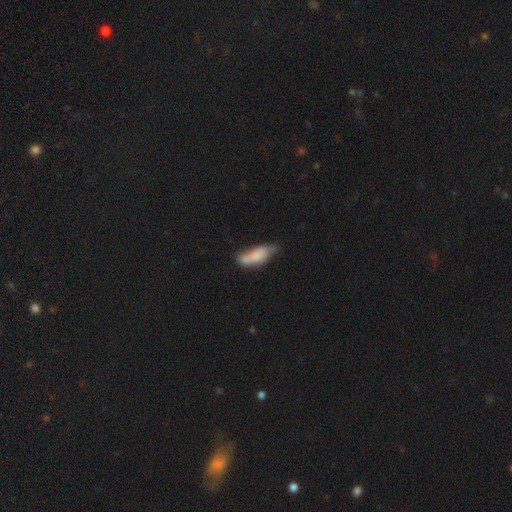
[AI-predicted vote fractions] Smooth or featured?
  - smooth: 72% *
  - featured or disk: 21%
  - star or artifact: 8%
How rounded?
  - in between: 66% *
  - cigar-shaped: 32%
  - round: 2%
Merging?
  - none: 38% *
  - minor disturbance: 33%
  - merger: 16%
  - major disturbance: 13%